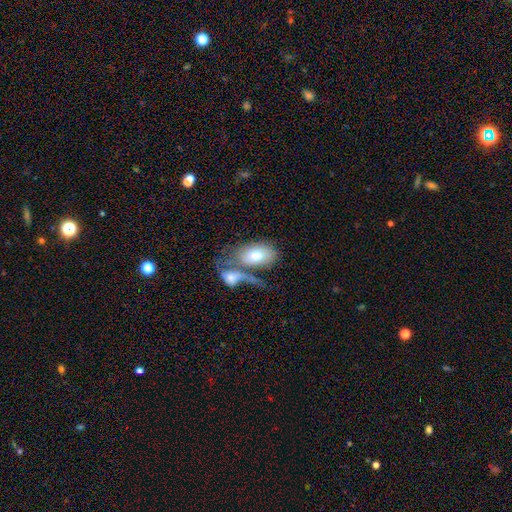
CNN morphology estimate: A smooth galaxy with no disk features (69%) that is in between round and cigar-shaped (90%). Merging: merger (53%).